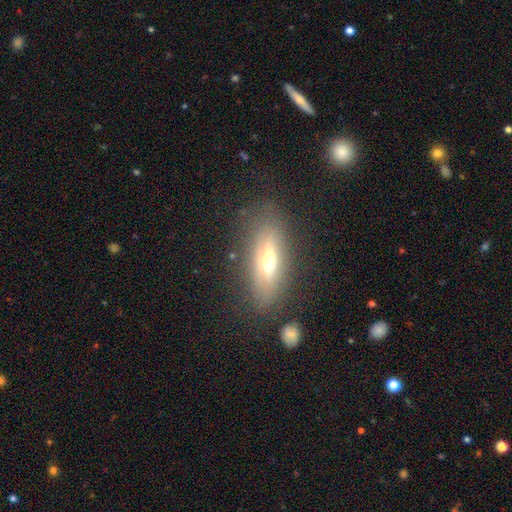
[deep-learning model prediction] Q: Smooth or featured?
A: smooth (46%); runner-up: featured or disk (43%)
Q: Merging?
A: none (78%); runner-up: minor disturbance (14%)